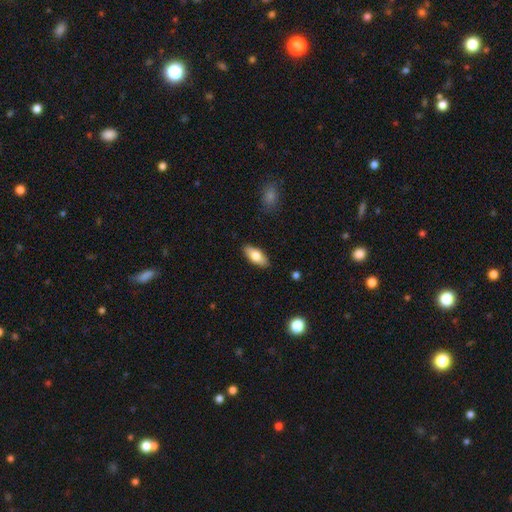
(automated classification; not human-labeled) Smooth or featured?
  - smooth: 73% *
  - featured or disk: 21%
  - star or artifact: 6%
How rounded?
  - in between: 81% *
  - cigar-shaped: 16%
  - round: 2%
Merging?
  - none: 89% *
  - minor disturbance: 8%
  - major disturbance: 2%
  - merger: 1%